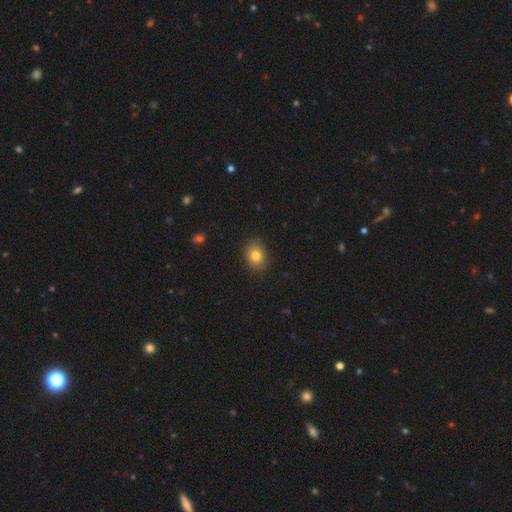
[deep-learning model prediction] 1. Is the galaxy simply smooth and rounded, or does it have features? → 80% smooth, 11% star or artifact, 9% featured or disk.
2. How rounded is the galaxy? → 50% in between, 49% round, 1% cigar-shaped.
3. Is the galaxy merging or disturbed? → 88% none, 9% minor disturbance, 2% major disturbance, 1% merger.